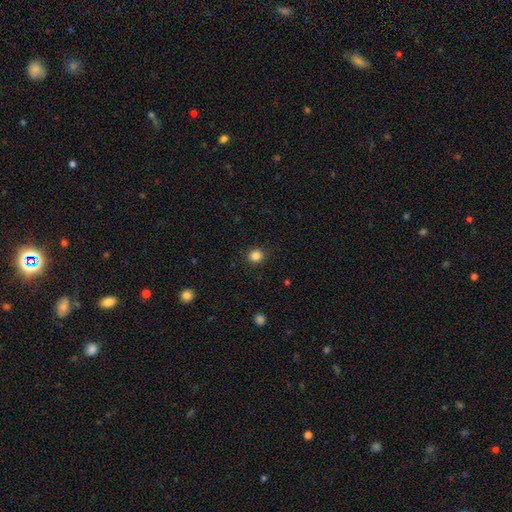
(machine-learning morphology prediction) Smooth or featured? Predicted: smooth (p=0.84). How rounded? Predicted: round (p=0.86). Merging? Predicted: none (p=0.91).